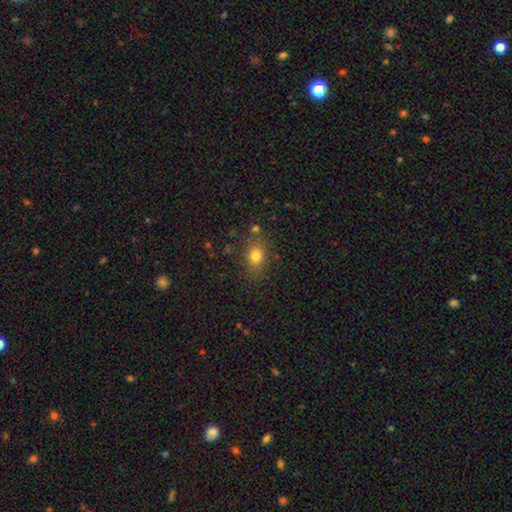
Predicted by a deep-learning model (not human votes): This appears to be a smooth galaxy with no disk features (78%) that is in between round and cigar-shaped (63%). Merging: none (78%).